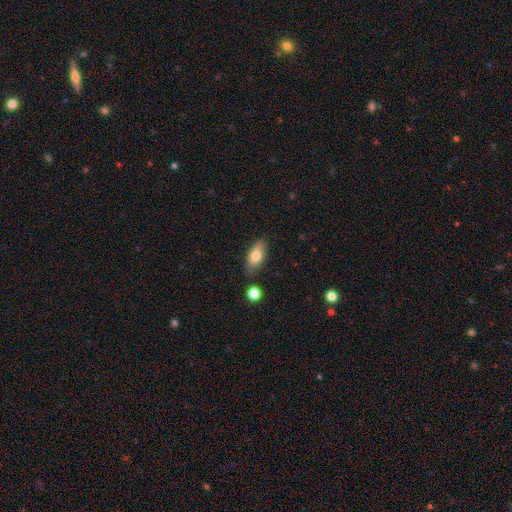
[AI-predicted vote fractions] A smooth galaxy with no disk features (78%) that is in between round and cigar-shaped (85%). Merging: none (78%).